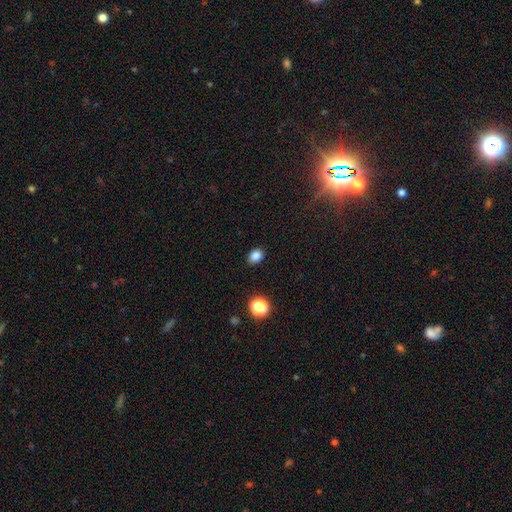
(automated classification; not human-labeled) This appears to be a smooth galaxy with no disk features (85%) that is in between round and cigar-shaped (63%). Merging: none (89%).